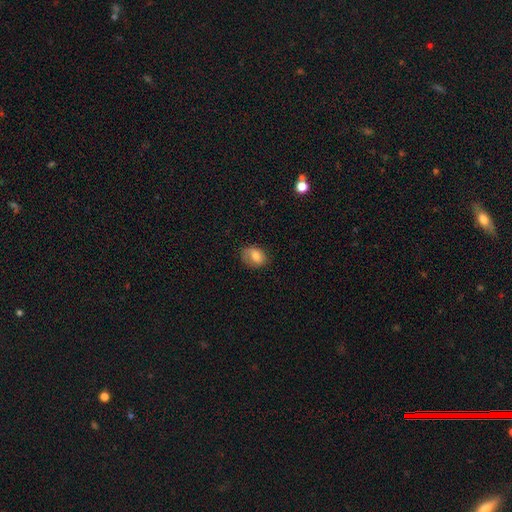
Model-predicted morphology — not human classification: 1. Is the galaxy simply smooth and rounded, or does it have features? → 72% smooth, 19% featured or disk, 8% star or artifact.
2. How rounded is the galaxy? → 62% in between, 37% round, 1% cigar-shaped.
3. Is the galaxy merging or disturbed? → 67% none, 24% minor disturbance, 8% major disturbance, 1% merger.